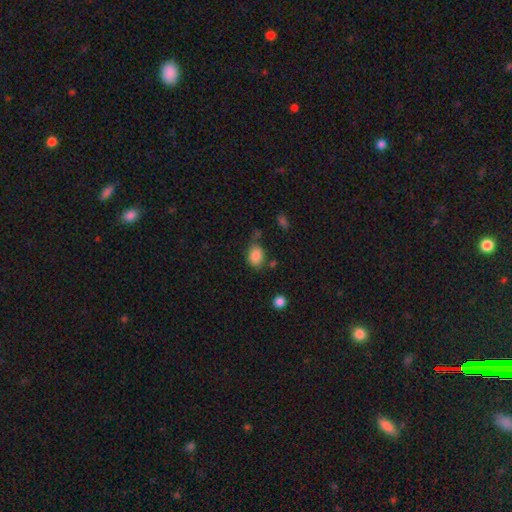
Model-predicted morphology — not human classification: This appears to be a smooth galaxy with no disk features (85%) that is in between round and cigar-shaped (70%). Merging: none (65%).